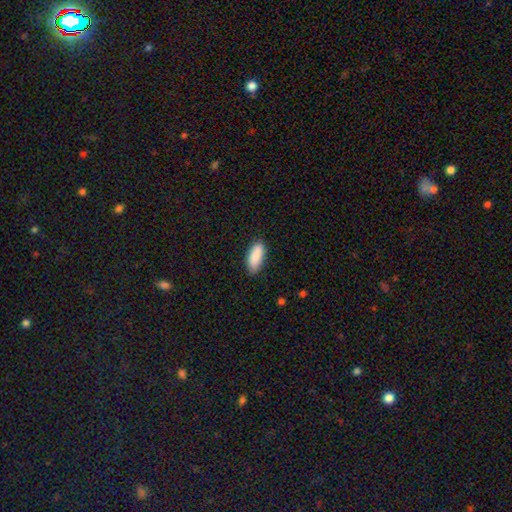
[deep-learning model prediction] The model was most divided on "how rounded": in between: 82%, cigar-shaped: 16%, round: 2%. More confident: smooth or featured — smooth (90%); merging — none (83%).